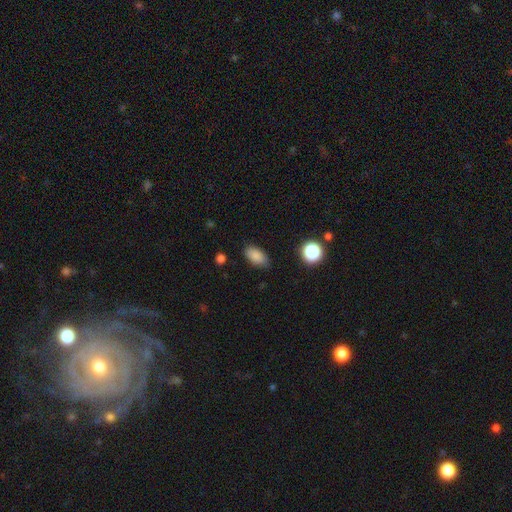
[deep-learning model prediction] Overall: smooth (85%). How rounded: in between (91%). Merging: none (82%).